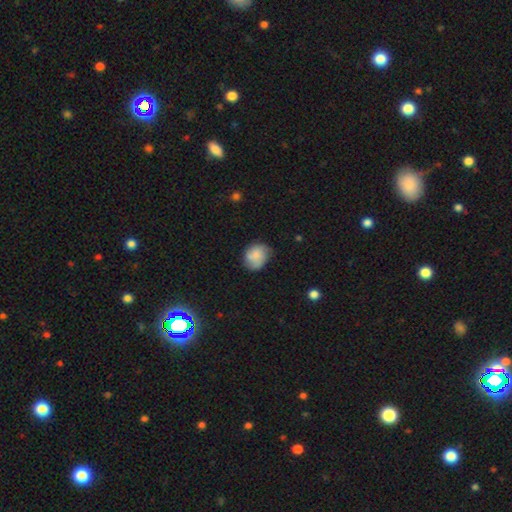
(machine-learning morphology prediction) The model was most divided on "how rounded": round: 61%, in between: 38%, cigar-shaped: 1%. More confident: merging — none (59%); smooth or featured — smooth (59%).